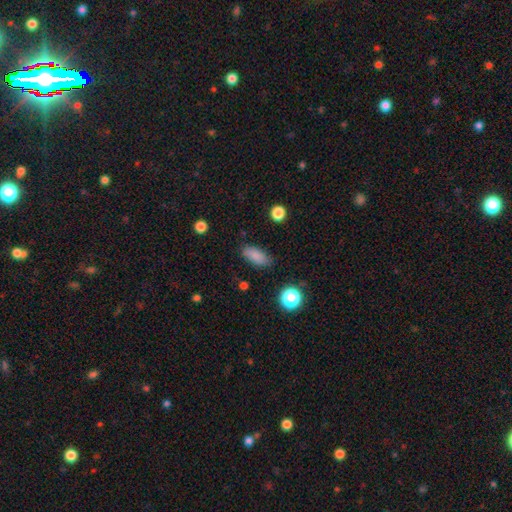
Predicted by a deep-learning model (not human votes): The model was most divided on "merging": none: 81%, minor disturbance: 14%, major disturbance: 4%, merger: 2%. More confident: smooth or featured — smooth (85%); how rounded — in between (81%).